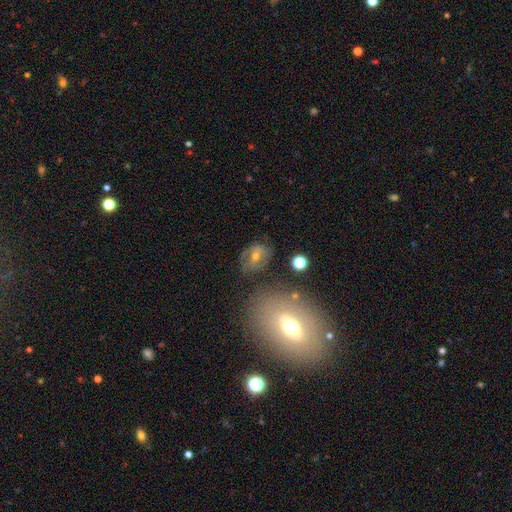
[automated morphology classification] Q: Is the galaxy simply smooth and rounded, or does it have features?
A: featured or disk — 54%.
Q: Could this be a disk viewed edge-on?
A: no — 95%.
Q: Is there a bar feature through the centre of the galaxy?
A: weak — 43%.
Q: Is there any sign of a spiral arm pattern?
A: yes — 64%.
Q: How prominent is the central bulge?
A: moderate — 56%.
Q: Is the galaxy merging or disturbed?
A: none — 61%.